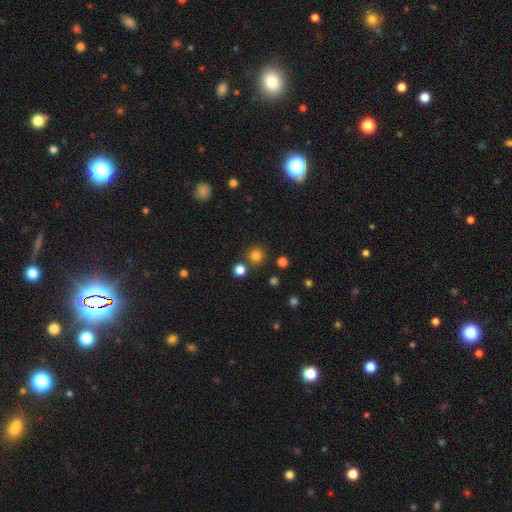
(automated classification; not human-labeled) A smooth galaxy with no disk features (80%) that is round (94%). Merging: none (84%).